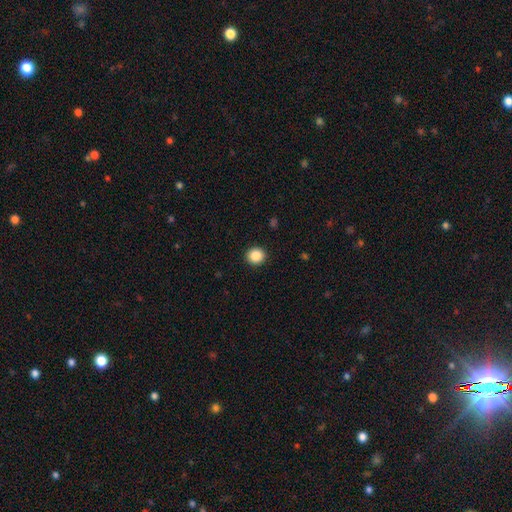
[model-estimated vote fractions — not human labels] A smooth galaxy with no disk features (87%) that is round (90%). Merging: none (93%).